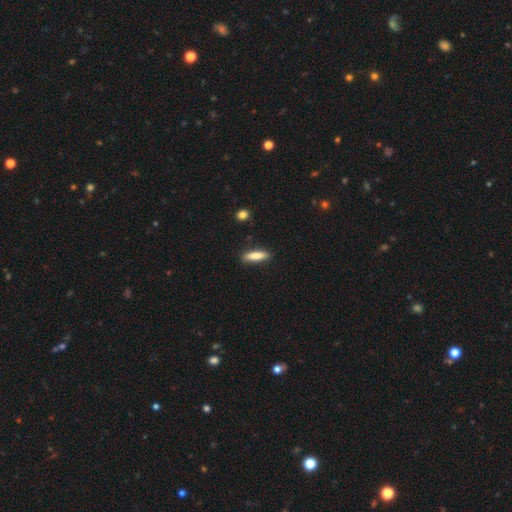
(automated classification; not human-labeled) smooth_or_featured: smooth (p=0.78) [alt: featured or disk p=0.16]
how_rounded: cigar-shaped (p=0.69) [alt: in between p=0.29]
merging: none (p=0.87) [alt: minor disturbance p=0.10]